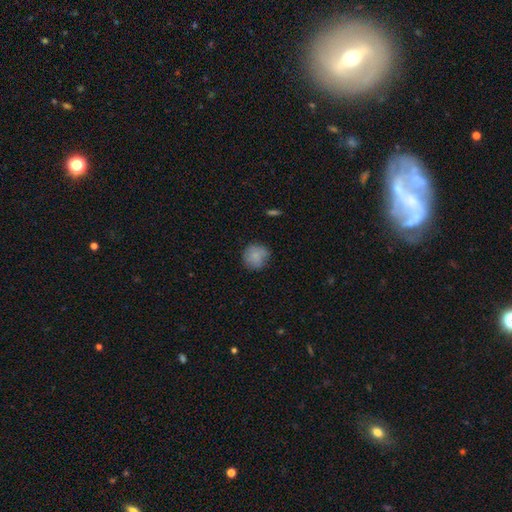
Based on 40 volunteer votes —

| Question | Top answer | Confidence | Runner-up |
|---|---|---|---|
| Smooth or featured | smooth | 82% | featured or disk (12%) |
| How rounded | round | 97% | in between (3%) |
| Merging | none | 79% | minor disturbance (21%) |